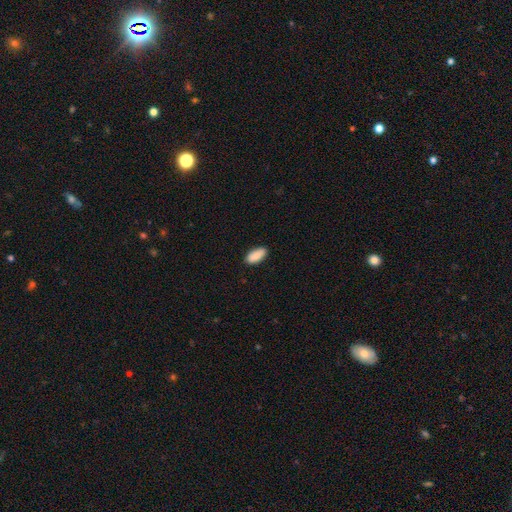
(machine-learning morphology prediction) Smooth or featured?
  - smooth: 90% *
  - star or artifact: 6%
  - featured or disk: 4%
How rounded?
  - in between: 91% *
  - cigar-shaped: 7%
  - round: 2%
Merging?
  - none: 88% *
  - minor disturbance: 9%
  - major disturbance: 2%
  - merger: 1%